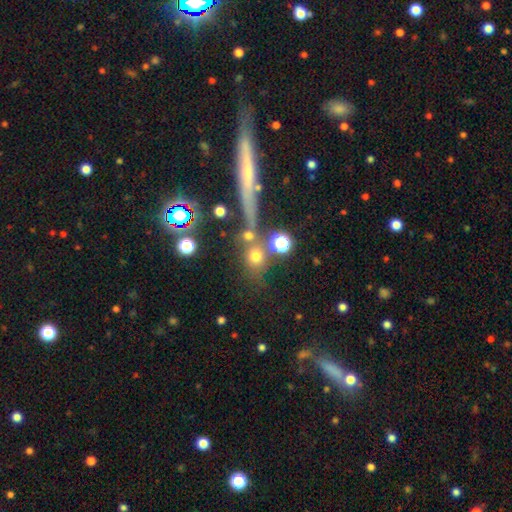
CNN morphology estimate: This appears to be a smooth galaxy with no disk features (65%) that is round (74%). Merging: none (58%).